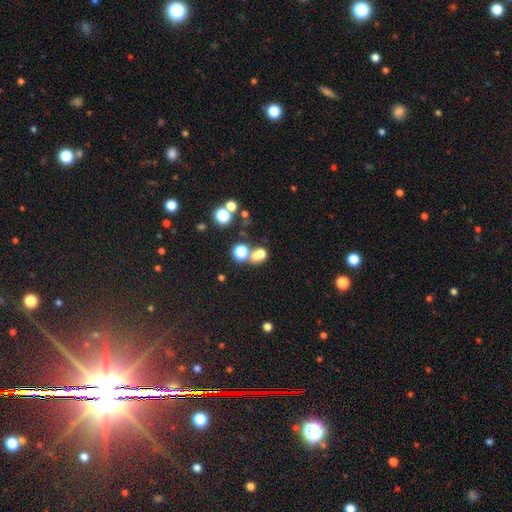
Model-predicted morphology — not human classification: Smooth or featured: smooth — 62% (star or artifact — 24%)
How rounded: round — 76% (in between — 23%)
Merging: merger — 44% (none — 43%)